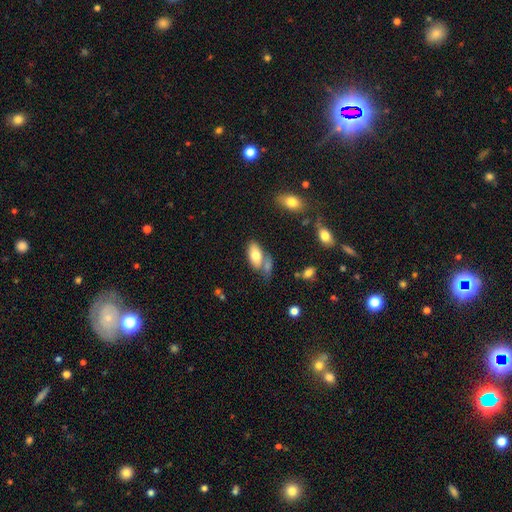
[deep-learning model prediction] Overall: smooth (74%). How rounded: in between (90%). Merging: none (46%; merger 28%).